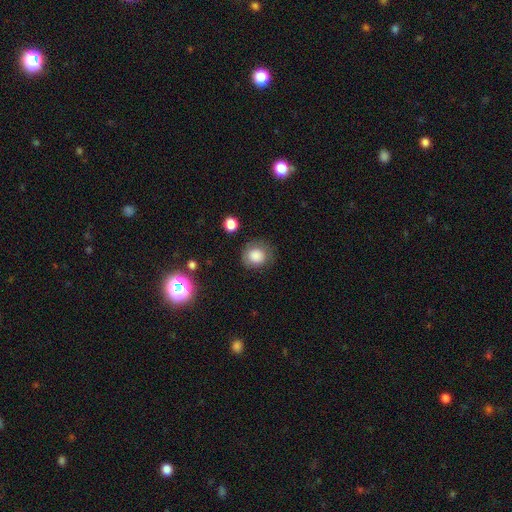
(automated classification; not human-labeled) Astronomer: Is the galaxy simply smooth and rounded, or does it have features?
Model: smooth — 83%.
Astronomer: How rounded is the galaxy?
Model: round — 82%.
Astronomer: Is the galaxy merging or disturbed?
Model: none — 75%.